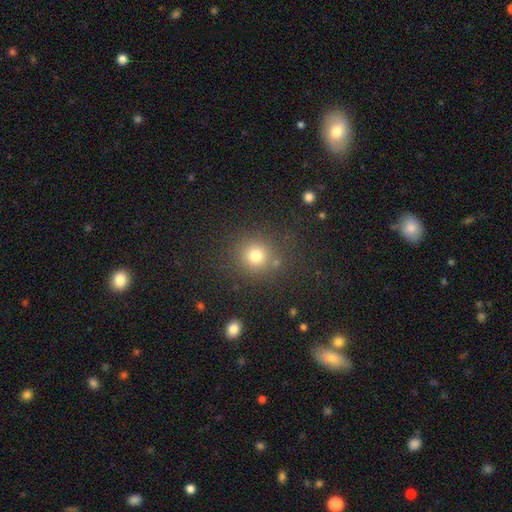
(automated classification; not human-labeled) This is likely a smooth galaxy (77%). How rounded: clearly round (90%). Merging: clearly none (82%).